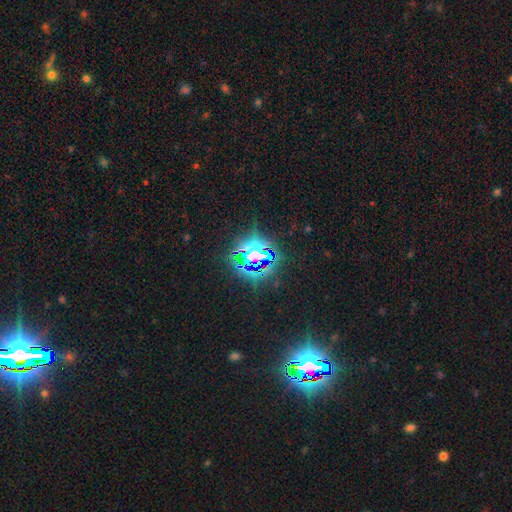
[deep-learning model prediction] smooth-or-featured: star or artifact: 78% | smooth: 13% | featured or disk: 9%